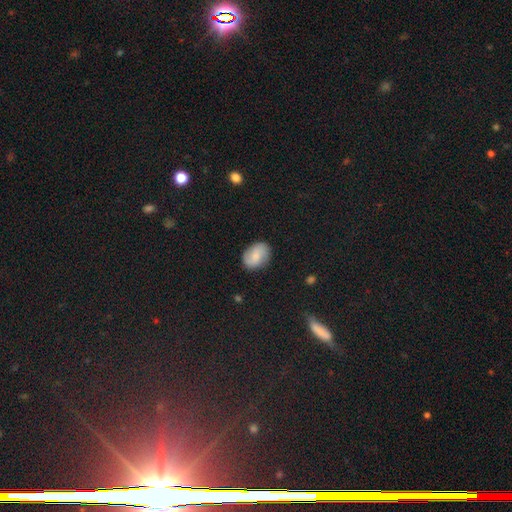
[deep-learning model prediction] Smooth or featured? Predicted: smooth (p=0.58). How rounded? Predicted: in between (p=0.74). Merging? Predicted: none (p=0.83).